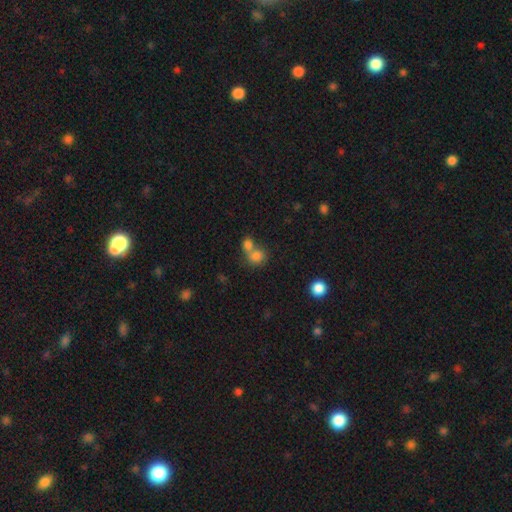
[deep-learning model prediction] Morphology: type=smooth (79%); roundness=round (60%); merging=merger (61%).